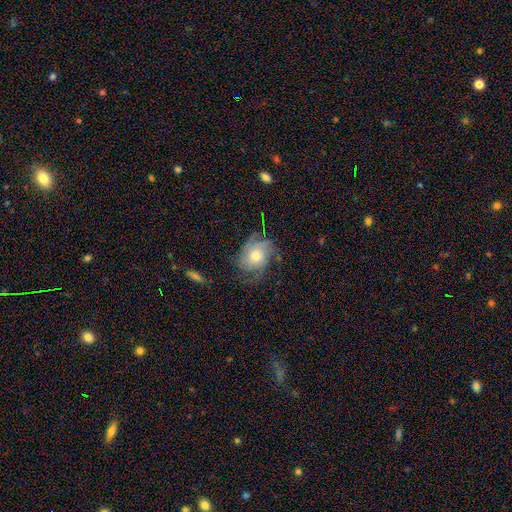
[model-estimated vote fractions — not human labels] Smooth or featured? Predicted: featured or disk (p=0.75). Edge-on disk? Predicted: no (p=0.97). Bar? Predicted: no (p=0.79). Spiral arms? Predicted: yes (p=0.92). Spiral winding? Predicted: tight (p=0.49). Spiral arm count? Predicted: can't tell (p=0.31). Bulge size? Predicted: moderate (p=0.65). Merging? Predicted: none (p=0.64).